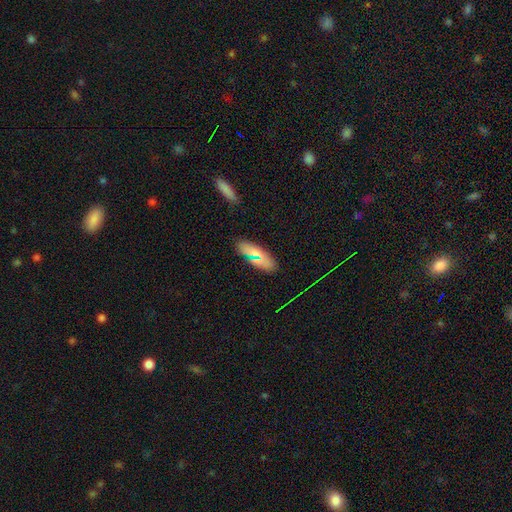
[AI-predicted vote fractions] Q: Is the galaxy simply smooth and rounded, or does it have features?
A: smooth — 73%.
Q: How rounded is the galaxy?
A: in between — 63%.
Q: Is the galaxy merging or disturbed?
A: none — 86%.